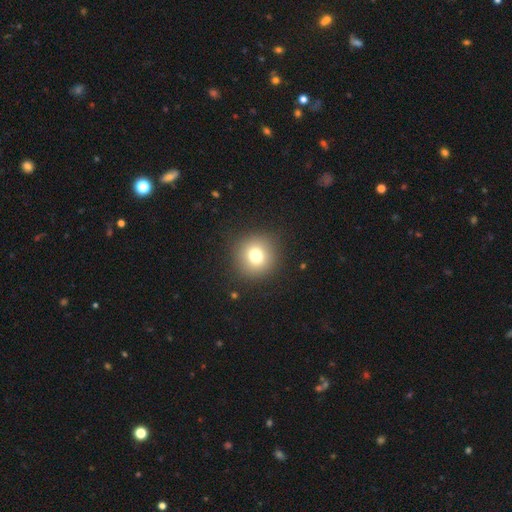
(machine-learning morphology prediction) Overall: smooth (76%). How rounded: round (94%). Merging: none (90%).